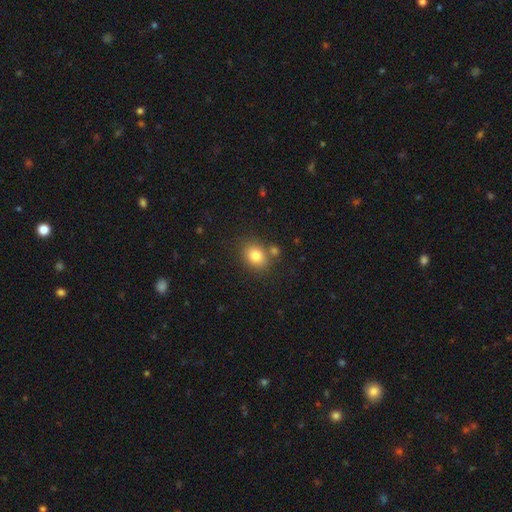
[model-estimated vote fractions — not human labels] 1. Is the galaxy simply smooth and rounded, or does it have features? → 81% smooth, 10% star or artifact, 9% featured or disk.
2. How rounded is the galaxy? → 51% round, 48% in between, 1% cigar-shaped.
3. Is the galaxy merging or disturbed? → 72% none, 13% merger, 12% minor disturbance, 3% major disturbance.